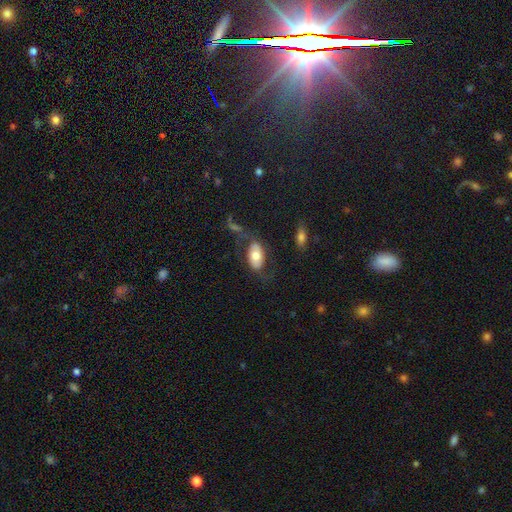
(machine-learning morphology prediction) Smooth or featured? smooth (57%)
How rounded? in between (93%)
Merging? none (53%)